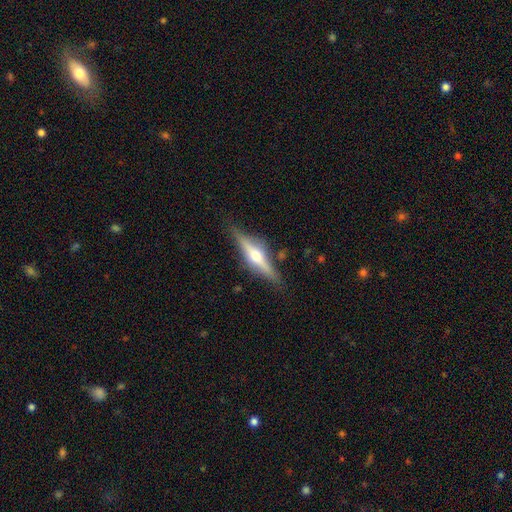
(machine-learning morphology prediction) smooth-or-featured: featured or disk: 73% | smooth: 21% | star or artifact: 6%
  disk-edge-on: yes: 96% | no: 4%
    edge-on-bulge: rounded: 93% | boxy: 4% | none: 3%
  merging: none: 83% | minor disturbance: 11% | major disturbance: 3% | merger: 2%